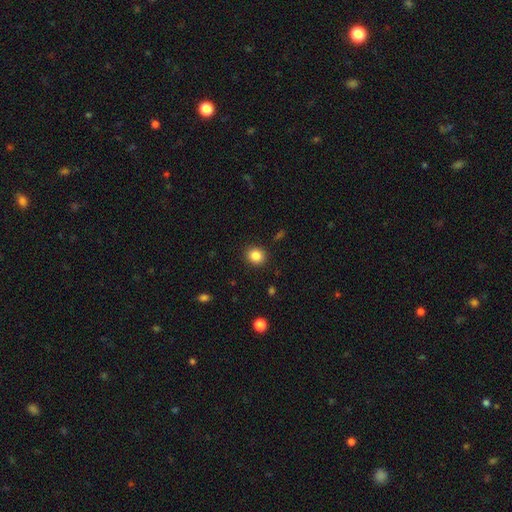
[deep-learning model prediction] Morphology: type=smooth (85%); roundness=round (76%); merging=none (91%).